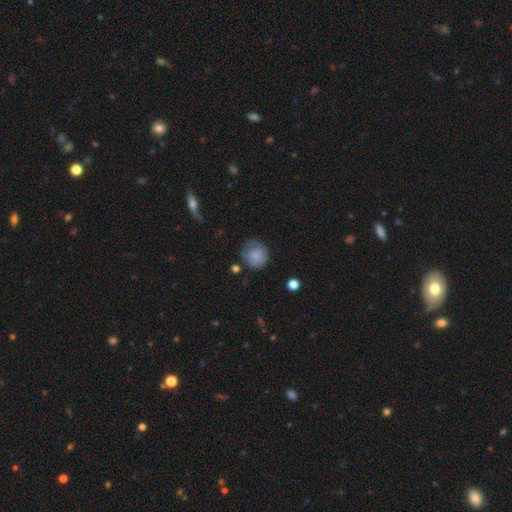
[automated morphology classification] smooth 77%, featured or disk 15%, star or artifact 8%. Down the decision tree: how rounded — round (87%); merging — none (62%).